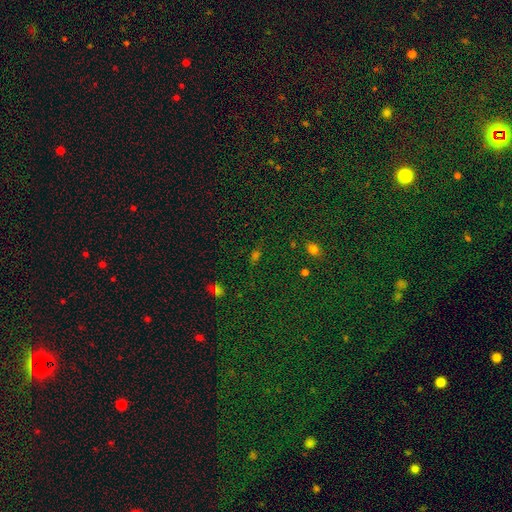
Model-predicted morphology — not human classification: A star or artifact, not a galaxy (52%).